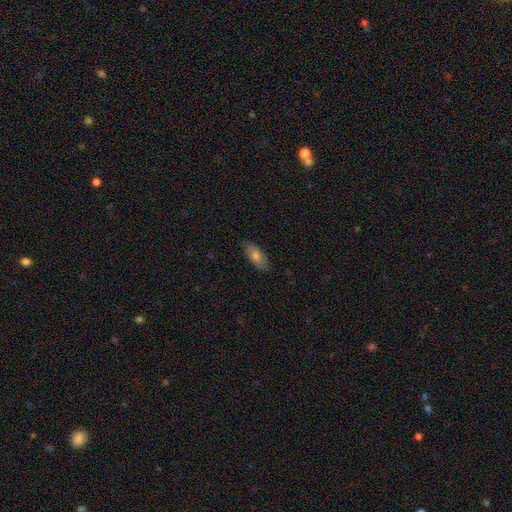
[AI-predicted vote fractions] Smooth or featured? Predicted: smooth (p=0.69). How rounded? Predicted: in between (p=0.85). Merging? Predicted: none (p=0.85).